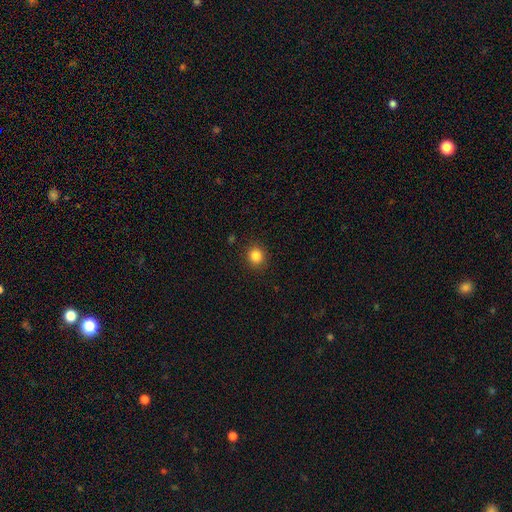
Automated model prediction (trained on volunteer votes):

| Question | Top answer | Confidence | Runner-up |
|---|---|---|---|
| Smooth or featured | smooth | 85% | star or artifact (11%) |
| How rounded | round | 86% | in between (13%) |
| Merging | none | 90% | minor disturbance (7%) |